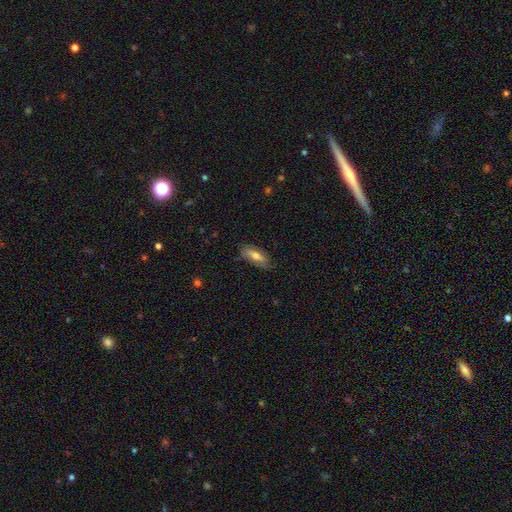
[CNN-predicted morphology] This is possibly a smooth galaxy (56%). How rounded: likely in between (74%). Merging: likely none (74%).